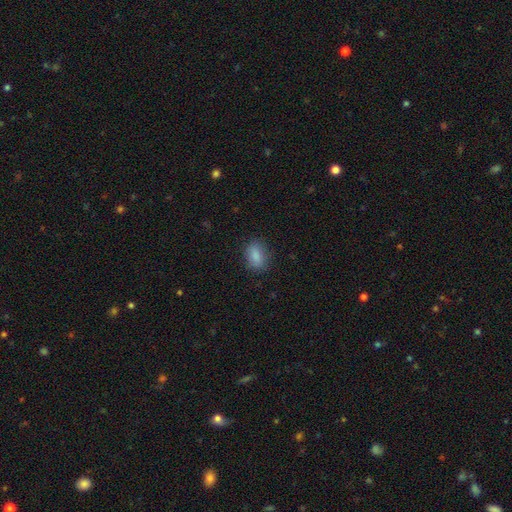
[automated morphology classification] Smooth or featured? smooth (86%)
How rounded? in between (84%)
Merging? none (82%)